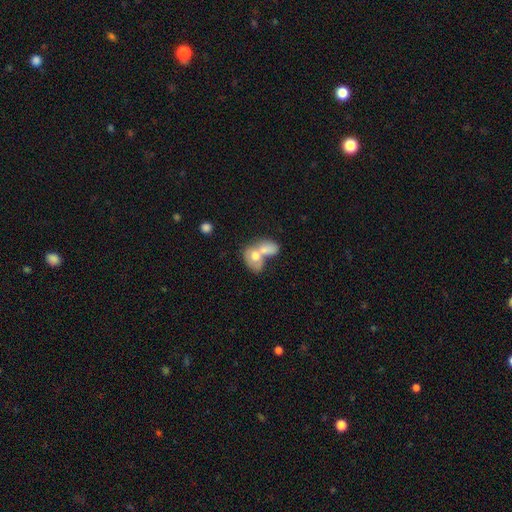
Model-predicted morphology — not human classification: smooth_or_featured: smooth (p=0.66) [alt: featured or disk p=0.27]
how_rounded: in between (p=0.75) [alt: round p=0.23]
merging: merger (p=0.77) [alt: none p=0.11]